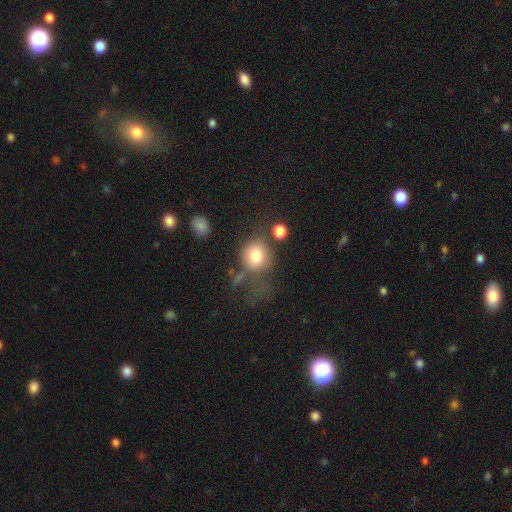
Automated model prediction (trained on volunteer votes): The model was most divided on "merging": none: 49%, minor disturbance: 19%, major disturbance: 19%, merger: 13%. More confident: smooth or featured — smooth (79%); how rounded — round (78%).